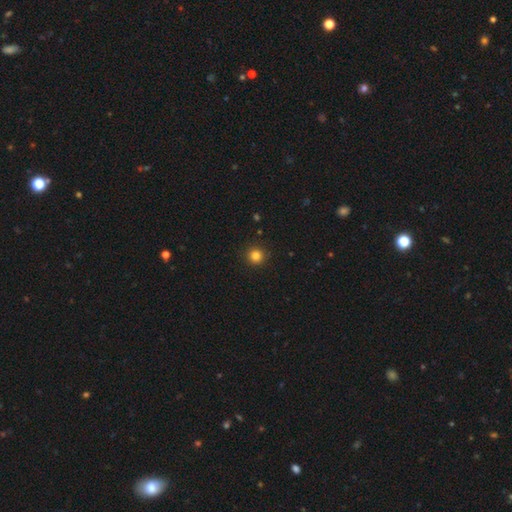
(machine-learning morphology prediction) smooth-or-featured: smooth: 83% | star or artifact: 13% | featured or disk: 4%
  how-rounded: round: 96% | in between: 3% | cigar-shaped: 1%
  merging: none: 92% | minor disturbance: 5% | major disturbance: 2% | merger: 1%